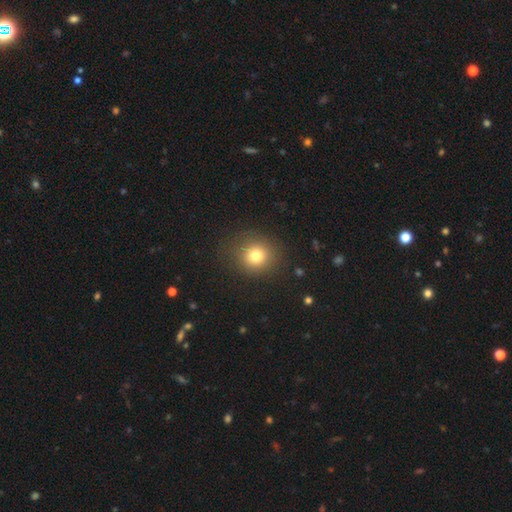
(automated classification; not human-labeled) smooth 77%, star or artifact 14%, featured or disk 10%. Down the decision tree: how rounded — round (85%); merging — none (86%).